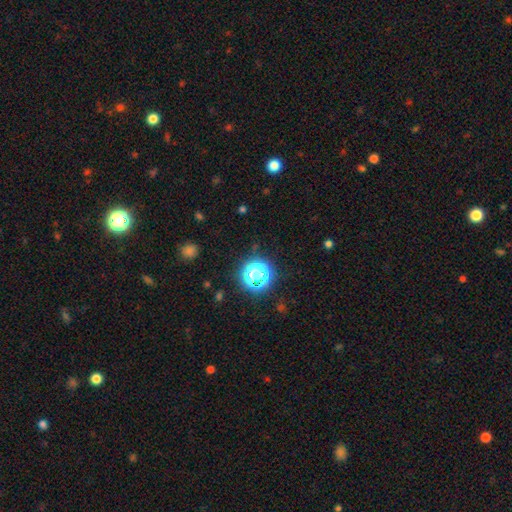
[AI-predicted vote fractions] Smooth or featured?
  - star or artifact: 72% *
  - smooth: 21%
  - featured or disk: 7%